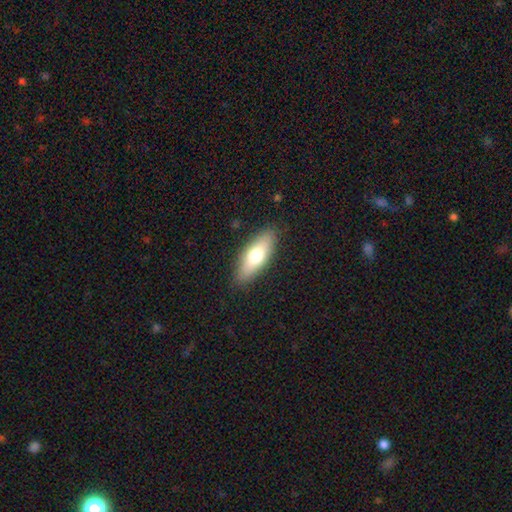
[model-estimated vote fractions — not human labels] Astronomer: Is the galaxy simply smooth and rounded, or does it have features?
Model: smooth — 69%.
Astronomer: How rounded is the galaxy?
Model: in between — 63%.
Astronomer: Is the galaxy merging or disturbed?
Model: none — 87%.